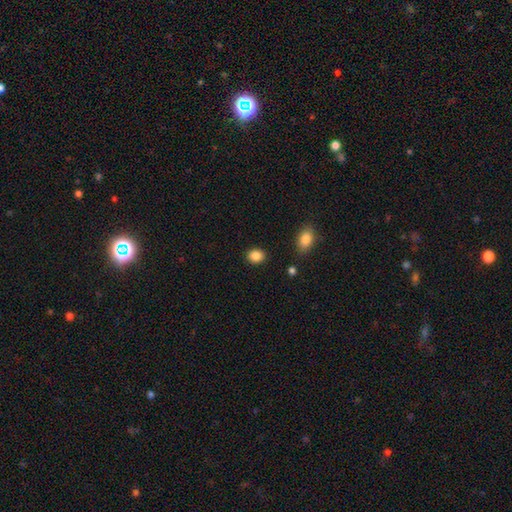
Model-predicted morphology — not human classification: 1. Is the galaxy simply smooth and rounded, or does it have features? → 87% smooth, 9% star or artifact, 4% featured or disk.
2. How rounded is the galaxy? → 58% round, 41% in between, 1% cigar-shaped.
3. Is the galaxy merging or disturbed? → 88% none, 8% minor disturbance, 2% major disturbance, 2% merger.